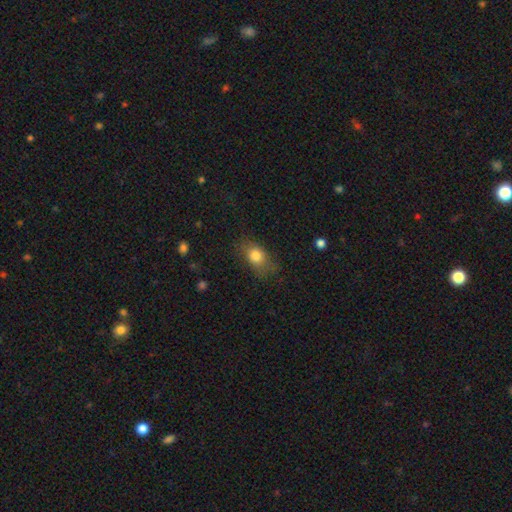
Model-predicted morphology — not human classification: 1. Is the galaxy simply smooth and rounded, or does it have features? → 80% smooth, 11% featured or disk, 10% star or artifact.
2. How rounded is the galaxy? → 70% in between, 27% round, 3% cigar-shaped.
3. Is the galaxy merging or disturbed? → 68% none, 22% minor disturbance, 9% major disturbance, 1% merger.